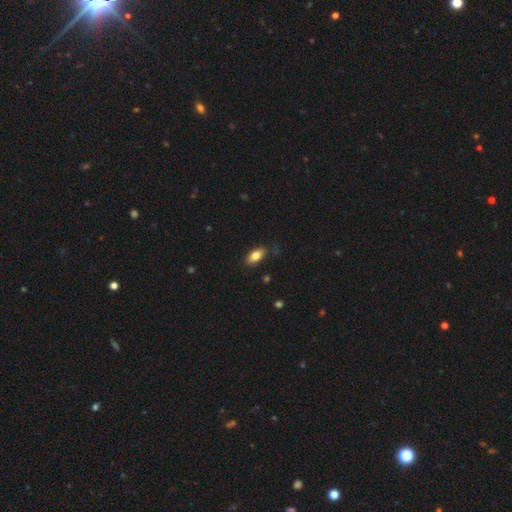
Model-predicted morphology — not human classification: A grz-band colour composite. It shows a smooth galaxy with no disk features (81%) that is in between round and cigar-shaped (89%). Merging: none (82%).